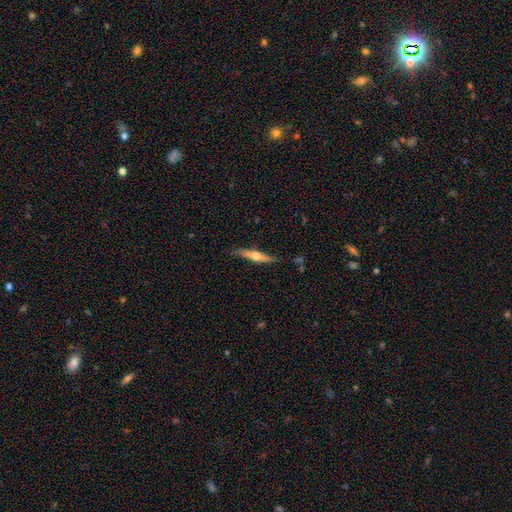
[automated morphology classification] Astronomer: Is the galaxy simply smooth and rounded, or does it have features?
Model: featured or disk — 56% (runner-up: smooth, 39%).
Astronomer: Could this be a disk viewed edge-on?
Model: yes — 94%.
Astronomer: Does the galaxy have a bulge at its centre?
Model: rounded — 91%.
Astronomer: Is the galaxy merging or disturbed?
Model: none — 82%.